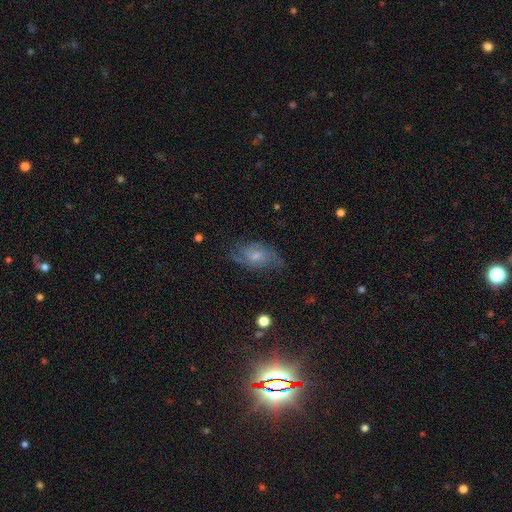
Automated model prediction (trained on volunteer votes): This appears to be a featured or disk galaxy (59%) with no bar (66%), spiral arms (83%) and a small central bulge (54%). Merging: none (60%).